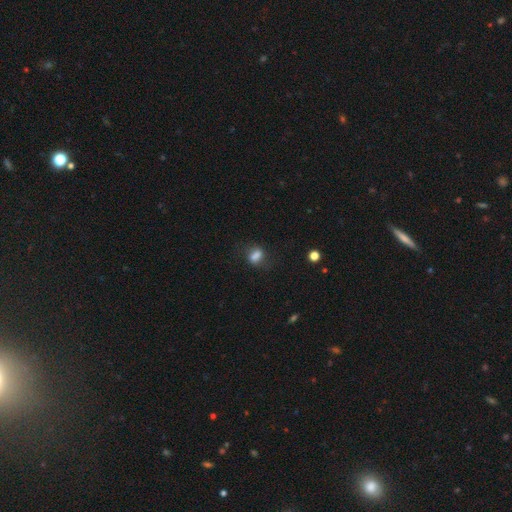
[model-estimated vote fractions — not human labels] This is likely a smooth galaxy (75%). How rounded: likely in between (70%). Merging: likely none (63%).